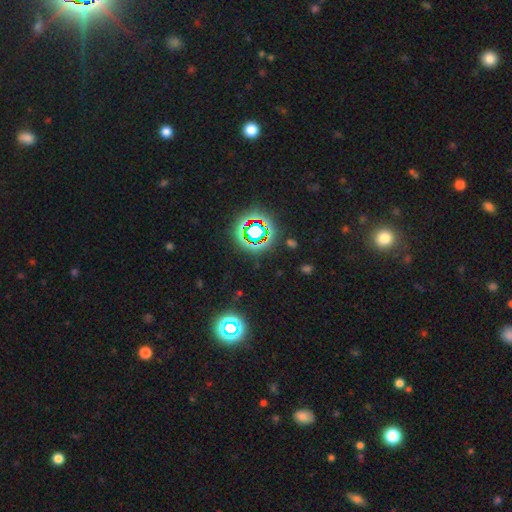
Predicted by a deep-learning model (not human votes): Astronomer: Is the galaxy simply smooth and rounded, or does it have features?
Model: star or artifact — 71%.